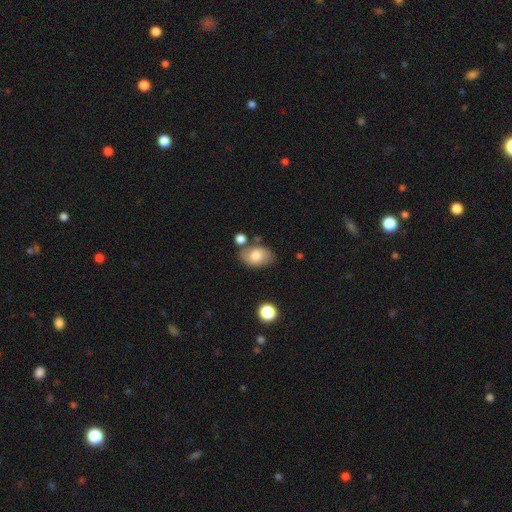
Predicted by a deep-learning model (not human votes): Morphology: type=smooth (71%); roundness=in between (83%); merging=none (65%).